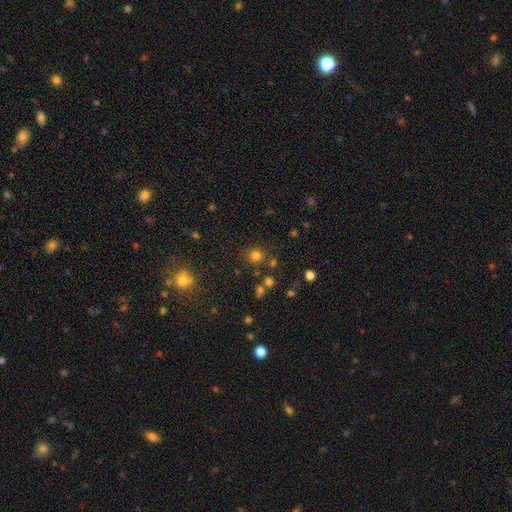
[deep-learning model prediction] Smooth or featured?
  - smooth: 75% *
  - star or artifact: 19%
  - featured or disk: 6%
How rounded?
  - round: 91% *
  - in between: 8%
  - cigar-shaped: 1%
Merging?
  - none: 82% *
  - minor disturbance: 8%
  - merger: 7%
  - major disturbance: 3%